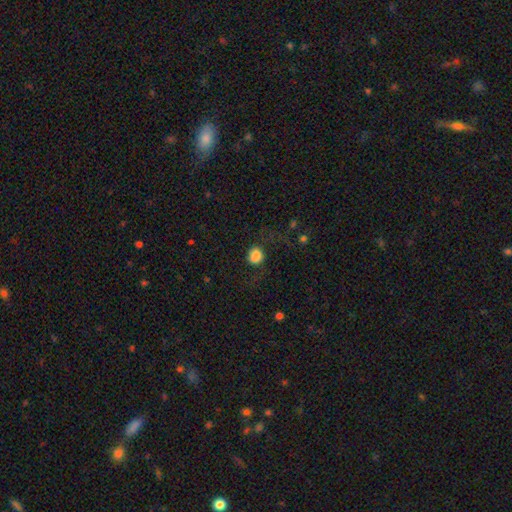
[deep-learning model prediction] A smooth galaxy with no disk features (82%) that is round (72%).

Vote fractions:
- Smooth or featured? smooth: 82% / star or artifact: 10% / featured or disk: 8%
- How rounded? round: 72% / in between: 26% / cigar-shaped: 1%
- Merging? none: 64% / minor disturbance: 17% / major disturbance: 16% / merger: 3%